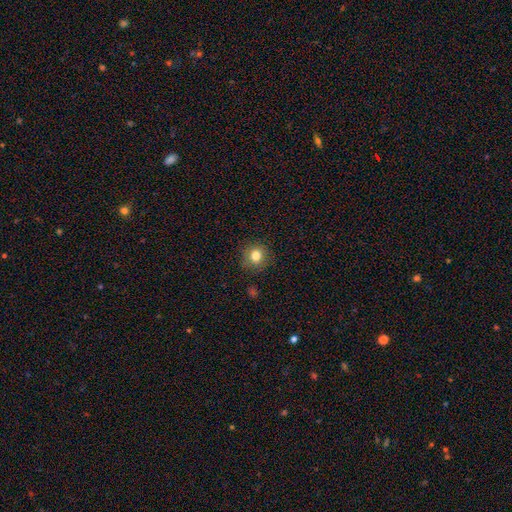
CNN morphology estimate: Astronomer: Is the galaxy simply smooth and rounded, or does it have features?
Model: smooth — 81%.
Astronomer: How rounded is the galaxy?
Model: round — 90%.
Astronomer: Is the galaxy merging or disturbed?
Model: none — 88%.